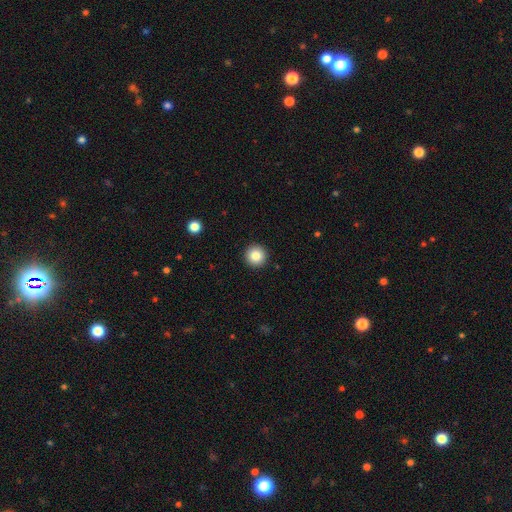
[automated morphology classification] Smooth or featured? Predicted: smooth (p=0.83). How rounded? Predicted: round (p=0.96). Merging? Predicted: none (p=0.93).